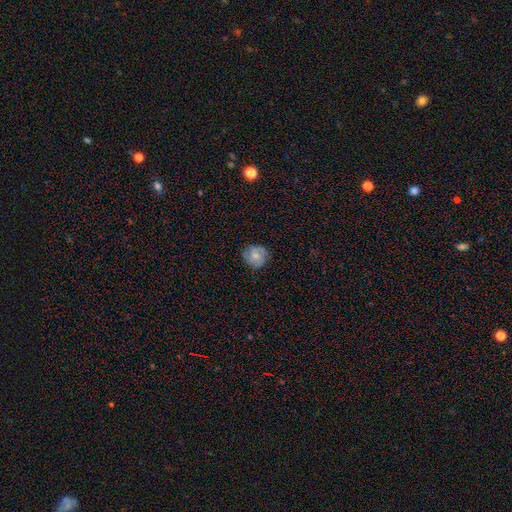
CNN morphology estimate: The model was most divided on "smooth or featured": smooth: 59%, featured or disk: 33%, star or artifact: 8%. More confident: how rounded — round (87%); merging — none (75%).